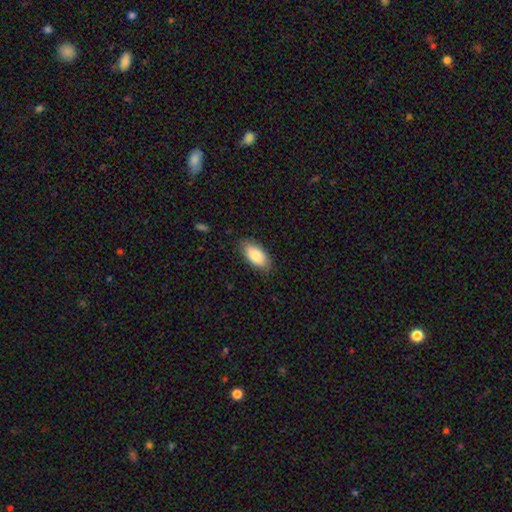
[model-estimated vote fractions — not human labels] This is clearly a smooth galaxy (87%). How rounded: clearly in between (93%). Merging: clearly none (83%).